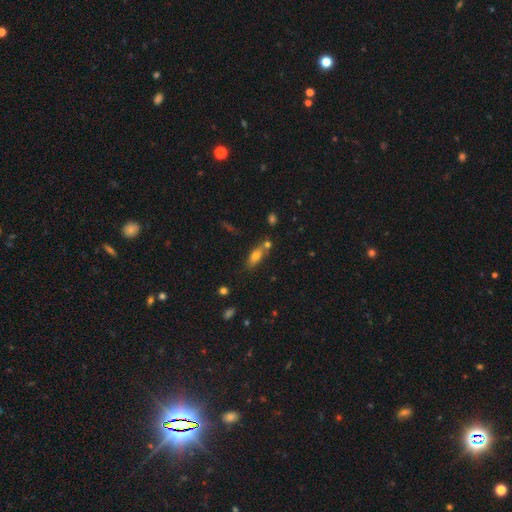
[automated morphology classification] smooth 71%, featured or disk 19%, star or artifact 10%. Down the decision tree: how rounded — in between (73%); merging — none (60%).